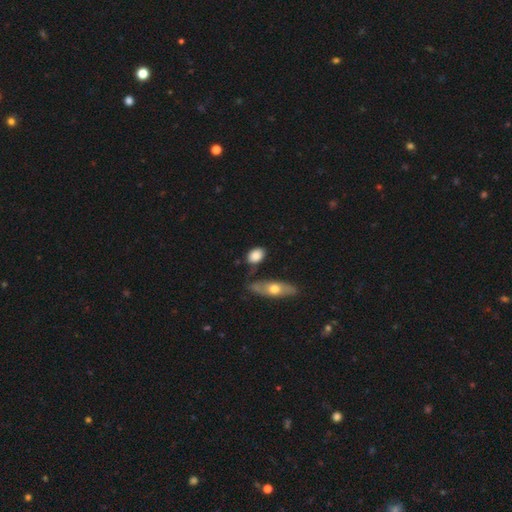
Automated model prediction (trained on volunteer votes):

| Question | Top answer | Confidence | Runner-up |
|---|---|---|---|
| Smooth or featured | smooth | 82% | featured or disk (11%) |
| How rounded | in between | 77% | round (19%) |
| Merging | none | 65% | minor disturbance (19%) |